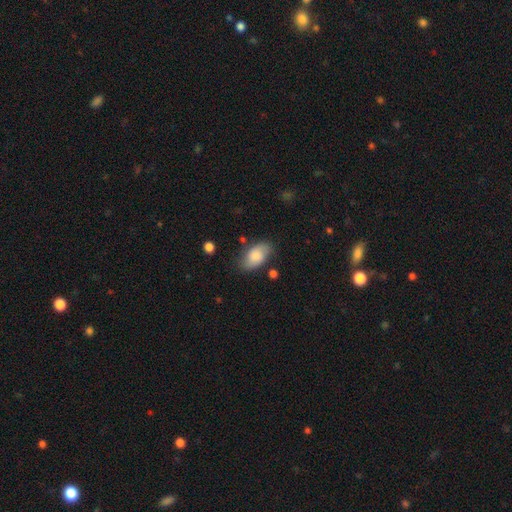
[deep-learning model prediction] A smooth galaxy with no disk features (77%) that is in between round and cigar-shaped (93%).

Vote fractions:
- Smooth or featured? smooth: 77% / featured or disk: 17% / star or artifact: 7%
- How rounded? in between: 93% / round: 5% / cigar-shaped: 2%
- Merging? none: 72% / minor disturbance: 20% / major disturbance: 5% / merger: 3%